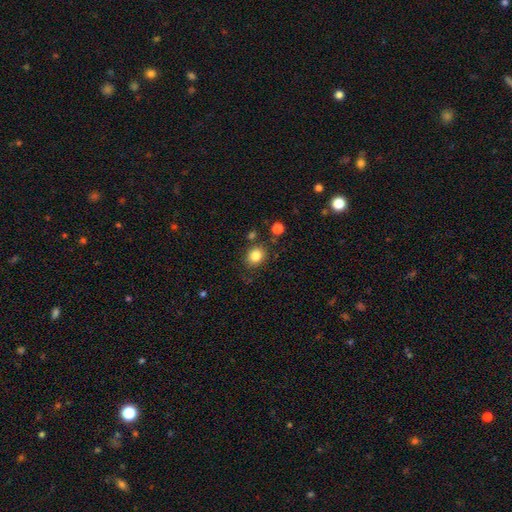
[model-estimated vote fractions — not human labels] Q: Smooth or featured?
A: smooth (84%); runner-up: star or artifact (10%)
Q: How rounded?
A: round (62%); runner-up: in between (37%)
Q: Merging?
A: none (81%); runner-up: minor disturbance (11%)